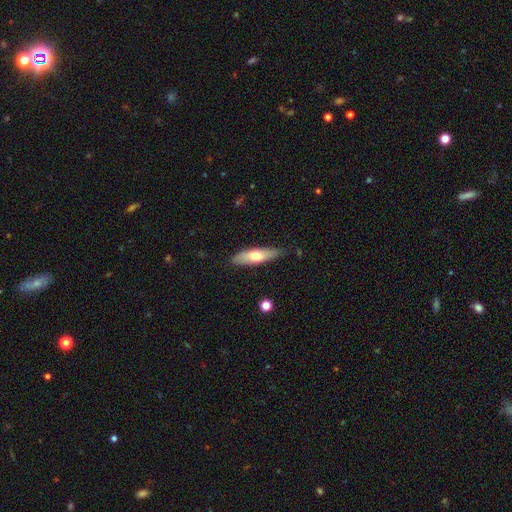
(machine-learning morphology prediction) smooth_or_featured: smooth (p=0.63) [alt: featured or disk p=0.32]
how_rounded: cigar-shaped (p=0.55) [alt: in between p=0.43]
merging: none (p=0.79) [alt: minor disturbance p=0.17]